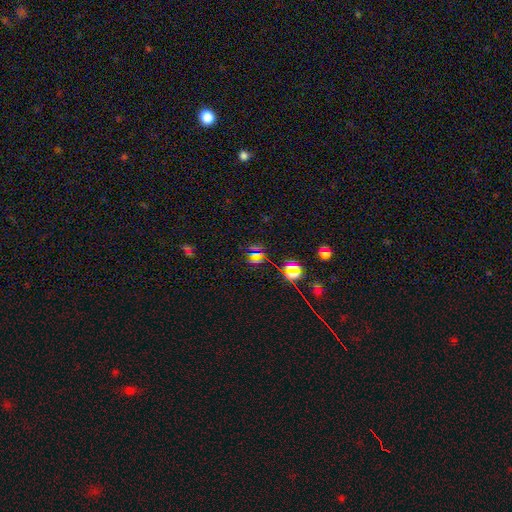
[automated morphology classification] smooth_or_featured: star or artifact (p=0.67) [alt: smooth p=0.23]